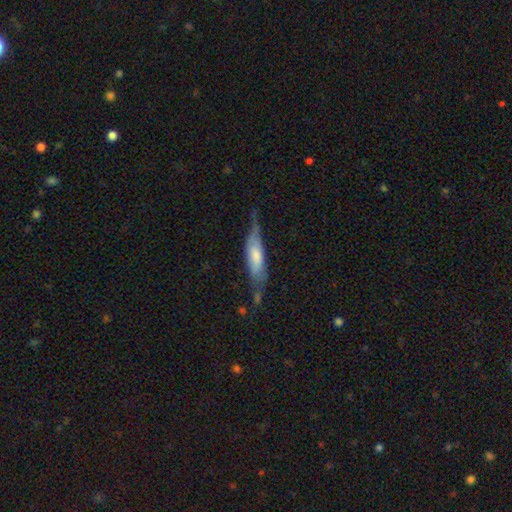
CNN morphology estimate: Smooth or featured: smooth — 53% (featured or disk — 41%)
How rounded: cigar-shaped — 61% (in between — 37%)
Merging: none — 45% (minor disturbance — 34%)